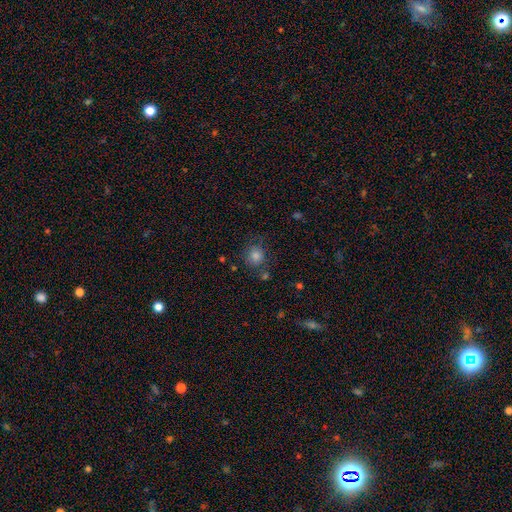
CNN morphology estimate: This is likely a smooth galaxy (78%). How rounded: clearly round (84%). Merging: likely none (76%).